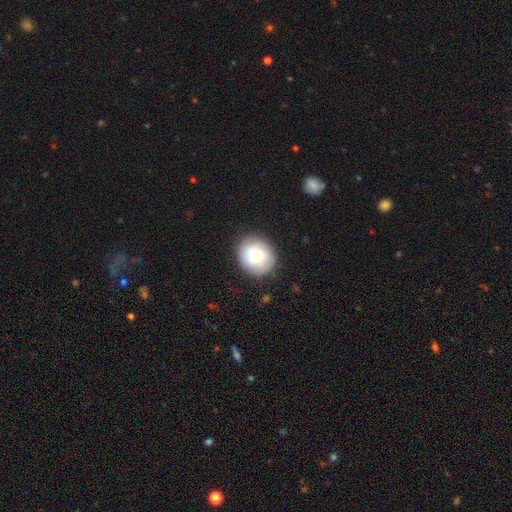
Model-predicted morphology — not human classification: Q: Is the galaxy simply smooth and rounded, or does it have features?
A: smooth — 59%.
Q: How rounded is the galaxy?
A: round — 78%.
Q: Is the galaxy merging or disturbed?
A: none — 82%.